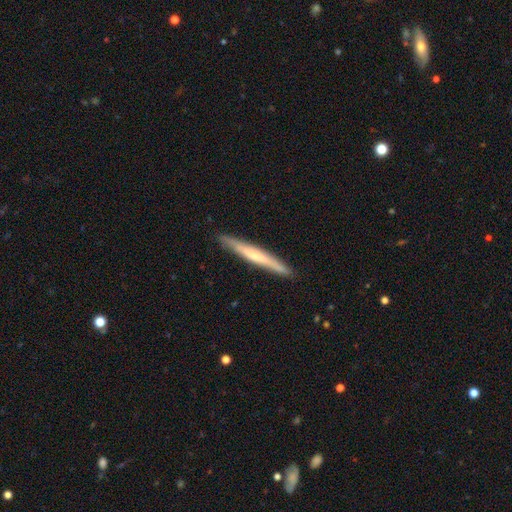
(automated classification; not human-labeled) featured or disk 52%, smooth 42%, star or artifact 5%. Down the decision tree: edge-on disk — yes (94%); merging — none (90%).